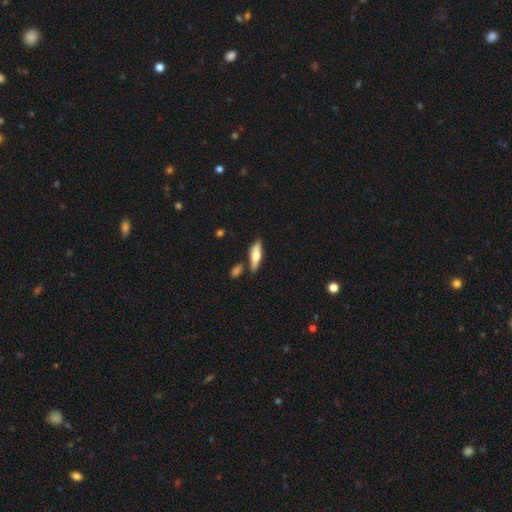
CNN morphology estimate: Smooth or featured: smooth — 53% (featured or disk — 41%)
How rounded: cigar-shaped — 53% (in between — 44%)
Merging: none — 74% (minor disturbance — 14%)